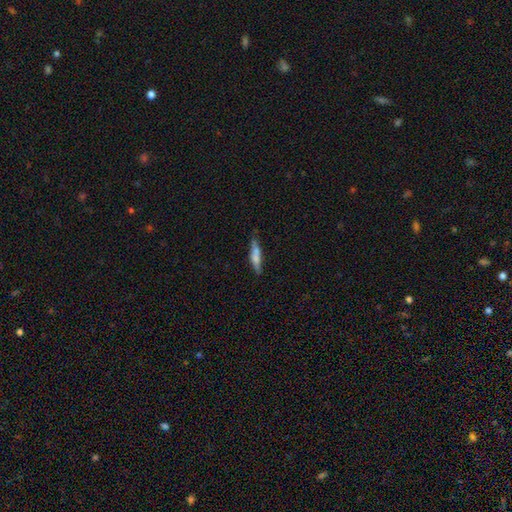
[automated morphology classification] Smooth or featured? smooth (63%)
How rounded? cigar-shaped (82%)
Merging? none (70%)